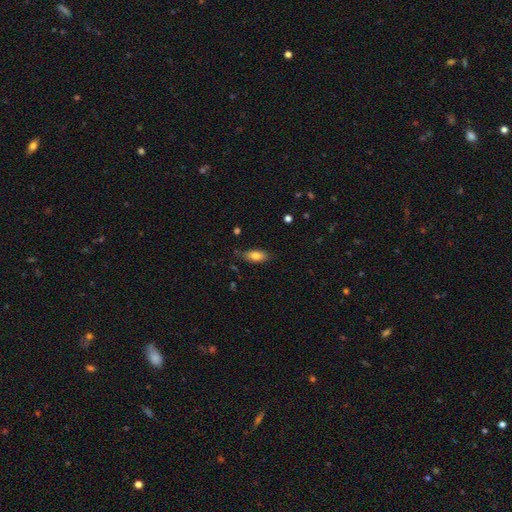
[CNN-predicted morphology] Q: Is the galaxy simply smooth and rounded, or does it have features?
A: smooth — 81%.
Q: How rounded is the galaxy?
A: in between — 86%.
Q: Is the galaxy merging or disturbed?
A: none — 78%.